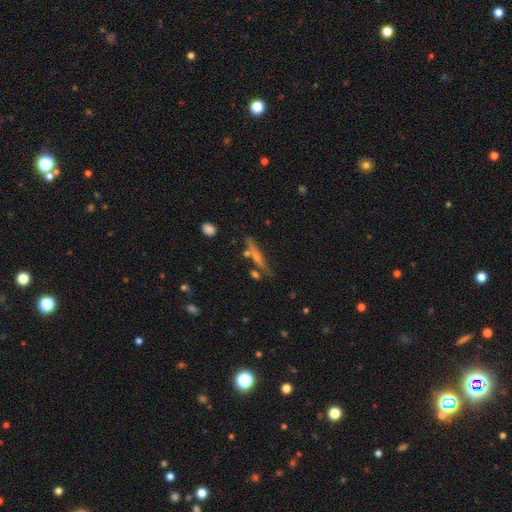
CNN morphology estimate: Smooth or featured? Predicted: smooth (p=0.53). How rounded? Predicted: cigar-shaped (p=0.86). Merging? Predicted: none (p=0.64).